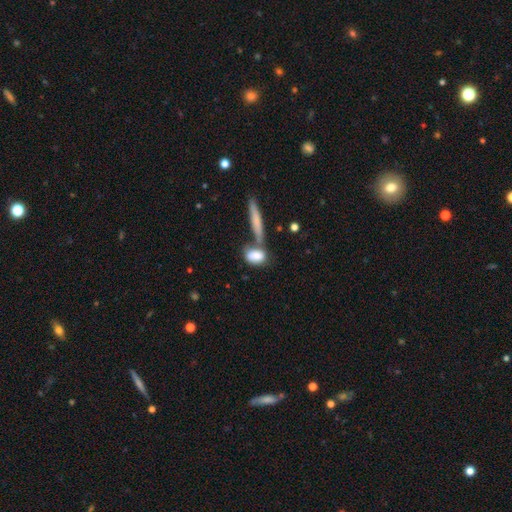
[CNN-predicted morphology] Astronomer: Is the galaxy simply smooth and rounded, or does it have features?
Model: smooth — 79%.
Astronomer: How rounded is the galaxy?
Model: in between — 72%.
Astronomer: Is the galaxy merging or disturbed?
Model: none — 45% (runner-up: merger, 33%).